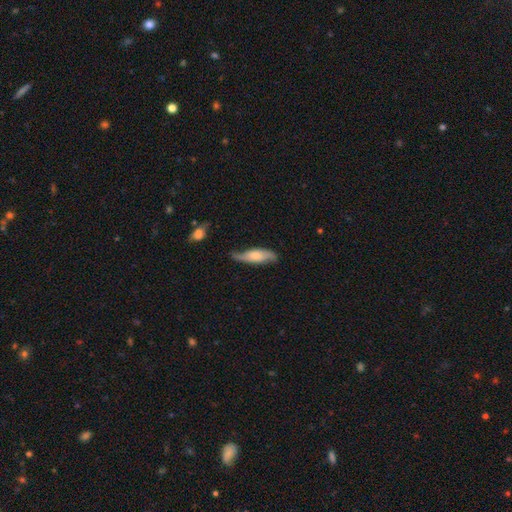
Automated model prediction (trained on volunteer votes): The model was most divided on "how rounded": in between: 50%, cigar-shaped: 48%, round: 2%. More confident: merging — none (57%); smooth or featured — smooth (53%).